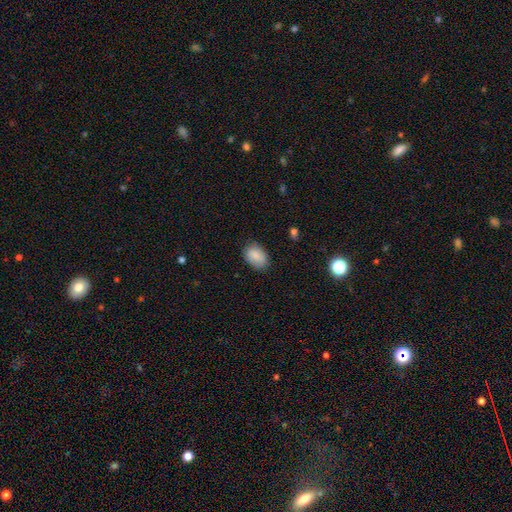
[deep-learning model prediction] smooth-or-featured: smooth: 86% | star or artifact: 8% | featured or disk: 7%
  how-rounded: in between: 85% | round: 14% | cigar-shaped: 1%
  merging: none: 76% | minor disturbance: 19% | major disturbance: 4% | merger: 1%